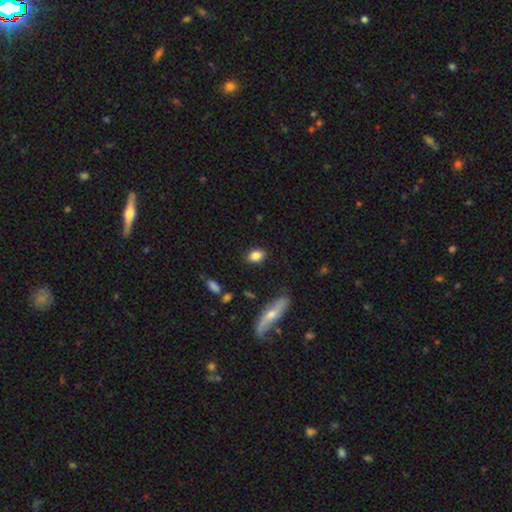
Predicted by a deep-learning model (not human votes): A smooth galaxy with no disk features (85%) that is in between round and cigar-shaped (68%).

Vote fractions:
- Smooth or featured? smooth: 85% / star or artifact: 8% / featured or disk: 8%
- How rounded? in between: 68% / round: 29% / cigar-shaped: 3%
- Merging? none: 86% / minor disturbance: 10% / major disturbance: 2% / merger: 2%